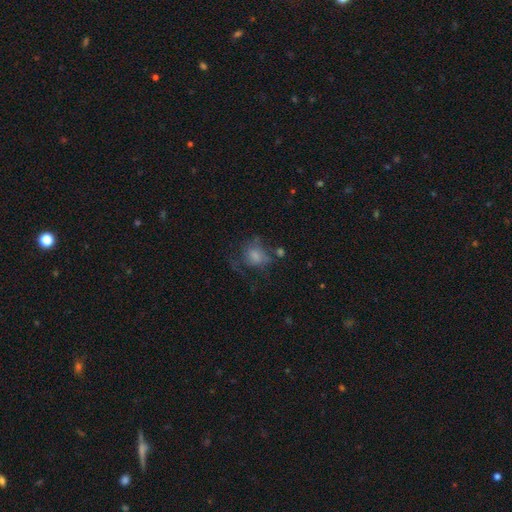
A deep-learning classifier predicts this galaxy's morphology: Smooth or featured?
  - smooth: 64% *
  - featured or disk: 24%
  - star or artifact: 12%
How rounded?
  - round: 56% *
  - in between: 42%
  - cigar-shaped: 1%
Merging?
  - none: 35% * (tied)
  - major disturbance: 35% * (tied)
  - minor disturbance: 24%
  - merger: 6%